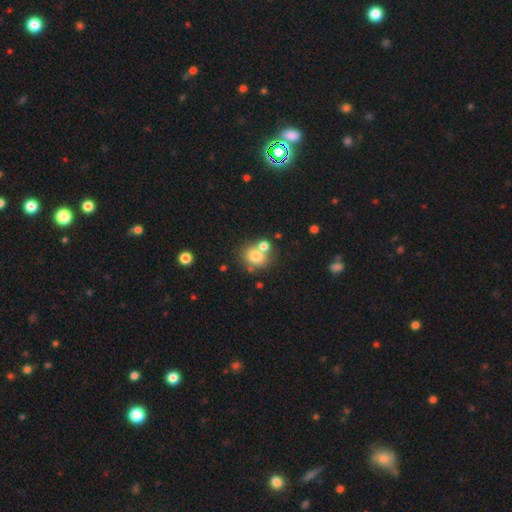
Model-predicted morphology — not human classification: This appears to be a smooth galaxy with no disk features (76%) that is round (71%). Merging: none (55%).